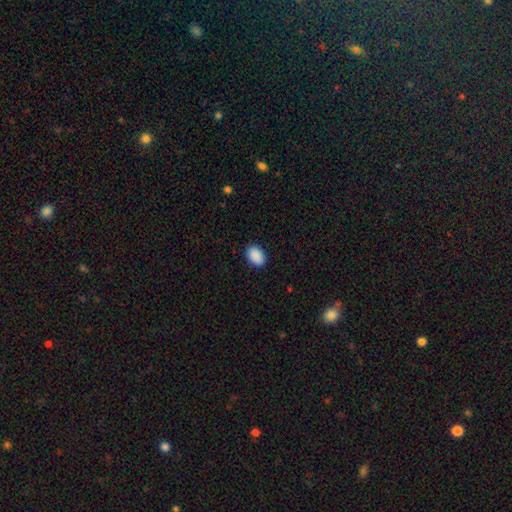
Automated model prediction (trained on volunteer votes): A smooth galaxy with no disk features (91%) that is in between round and cigar-shaped (85%).

Vote fractions:
- Smooth or featured? smooth: 91% / star or artifact: 7% / featured or disk: 3%
- How rounded? in between: 85% / round: 14% / cigar-shaped: 1%
- Merging? none: 87% / minor disturbance: 10% / major disturbance: 2% / merger: 1%